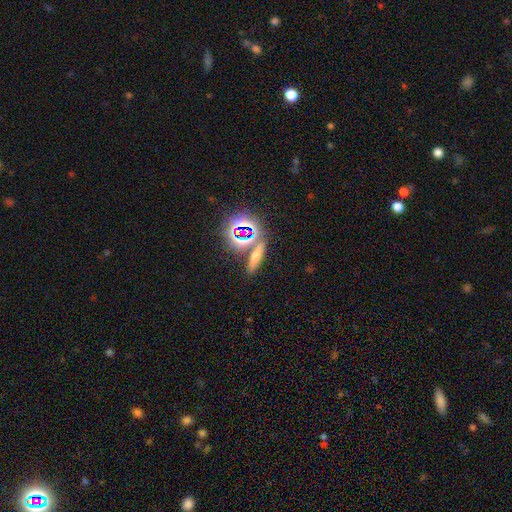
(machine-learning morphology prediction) smooth_or_featured: smooth (p=0.45) [alt: star or artifact p=0.34]
merging: none (p=0.76) [alt: merger p=0.12]